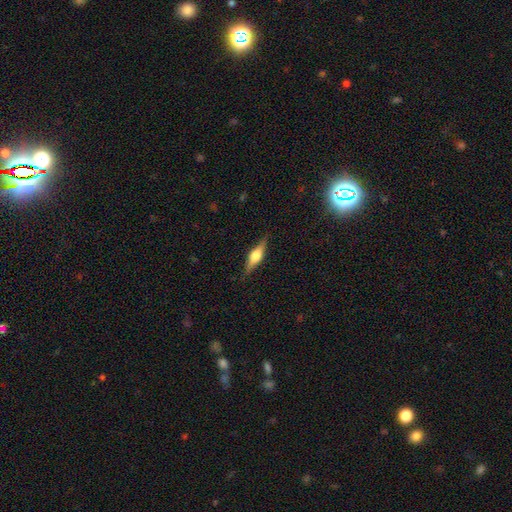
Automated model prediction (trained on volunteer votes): Smooth or featured? Predicted: featured or disk (p=0.62). Edge-on disk? Predicted: yes (p=0.96). Edge-on bulge? Predicted: rounded (p=0.91). Merging? Predicted: none (p=0.86).